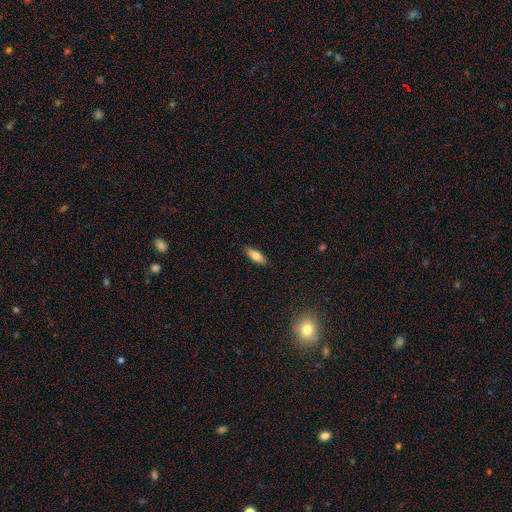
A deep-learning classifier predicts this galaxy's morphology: A smooth galaxy with no disk features (77%) that is in between round and cigar-shaped (69%). Merging: none (89%).